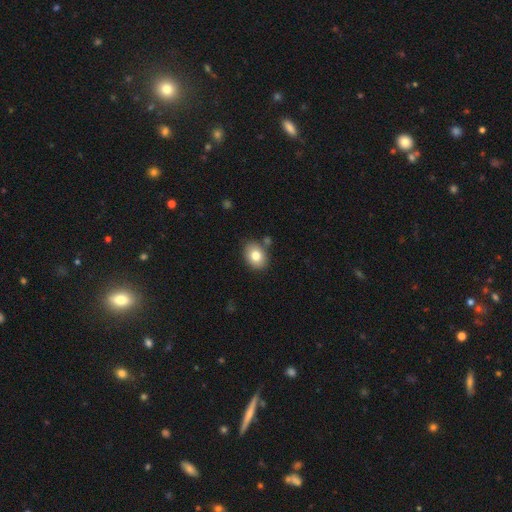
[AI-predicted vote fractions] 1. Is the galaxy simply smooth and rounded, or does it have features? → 79% smooth, 12% featured or disk, 9% star or artifact.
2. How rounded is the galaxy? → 61% in between, 38% round, 1% cigar-shaped.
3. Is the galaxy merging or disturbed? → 80% none, 11% minor disturbance, 6% merger, 3% major disturbance.